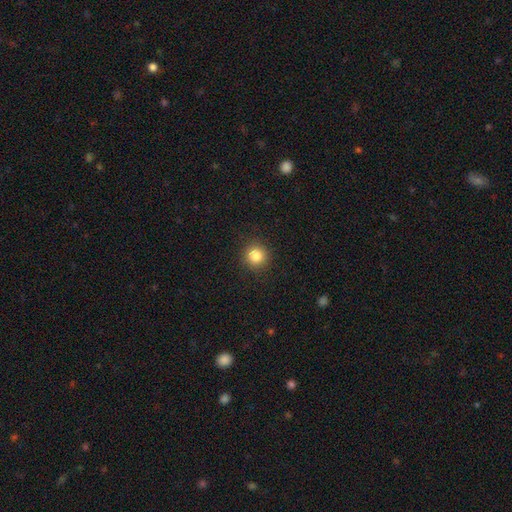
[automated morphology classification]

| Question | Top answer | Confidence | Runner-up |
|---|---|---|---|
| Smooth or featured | smooth | 84% | star or artifact (11%) |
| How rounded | round | 93% | in between (6%) |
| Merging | none | 90% | minor disturbance (7%) |